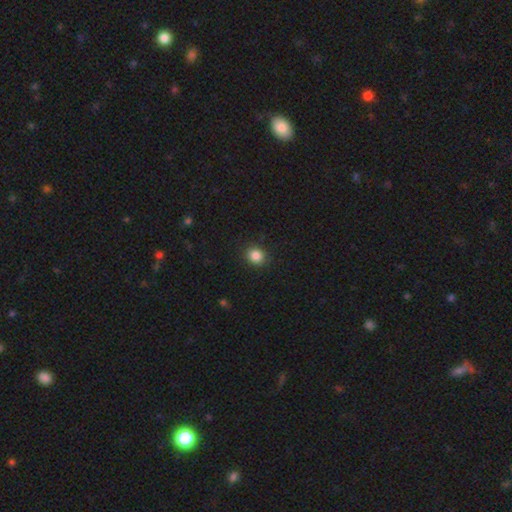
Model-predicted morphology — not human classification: Smooth or featured?
  - smooth: 85% *
  - star or artifact: 10%
  - featured or disk: 4%
How rounded?
  - round: 76% *
  - in between: 23%
  - cigar-shaped: 1%
Merging?
  - none: 90% *
  - minor disturbance: 7%
  - major disturbance: 2%
  - merger: 1%